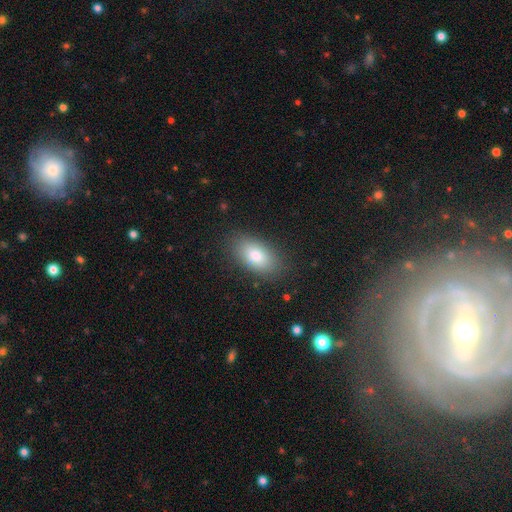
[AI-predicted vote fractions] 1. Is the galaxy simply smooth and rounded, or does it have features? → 81% smooth, 11% featured or disk, 8% star or artifact.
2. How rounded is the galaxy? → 92% in between, 5% round, 3% cigar-shaped.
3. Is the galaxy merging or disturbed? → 85% none, 11% minor disturbance, 3% major disturbance, 1% merger.